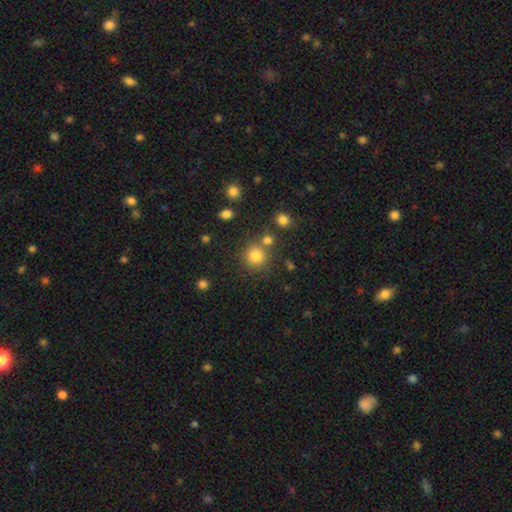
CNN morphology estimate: smooth_or_featured: smooth (p=0.81) [alt: star or artifact p=0.13]
how_rounded: round (p=0.91) [alt: in between p=0.08]
merging: none (p=0.73) [alt: merger p=0.14]